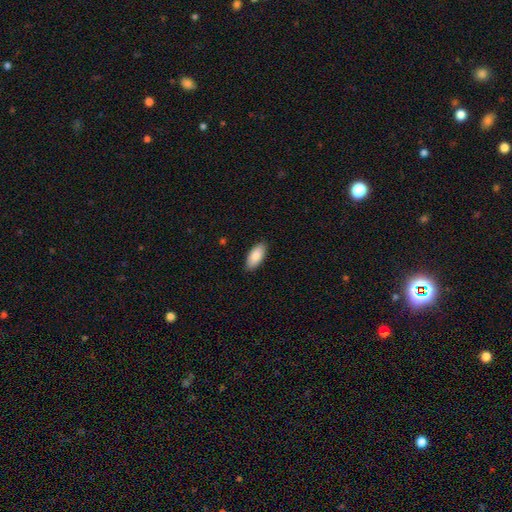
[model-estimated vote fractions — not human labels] Morphology: type=smooth (88%); roundness=in between (90%); merging=none (88%).